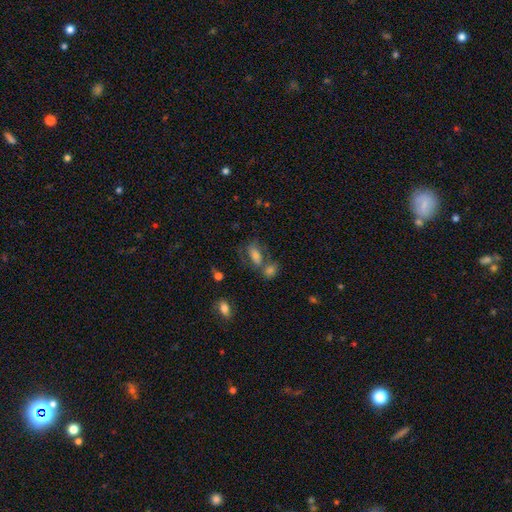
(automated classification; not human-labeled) The model was most divided on "merging": none: 41%, merger: 36%, minor disturbance: 14%, major disturbance: 9%. More confident: how rounded — in between (83%); smooth or featured — smooth (63%).